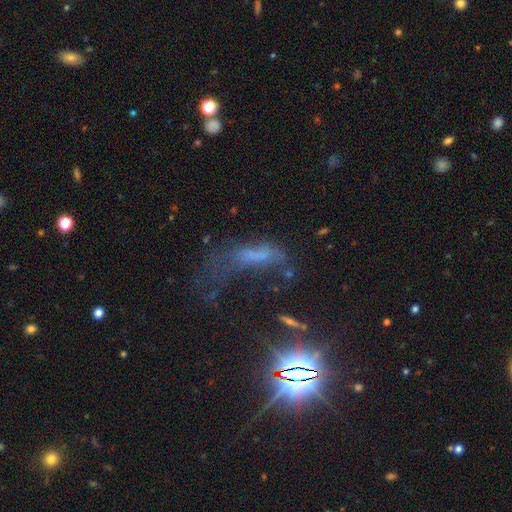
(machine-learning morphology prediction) Q: Smooth or featured?
A: star or artifact (36%); runner-up: smooth (34%)